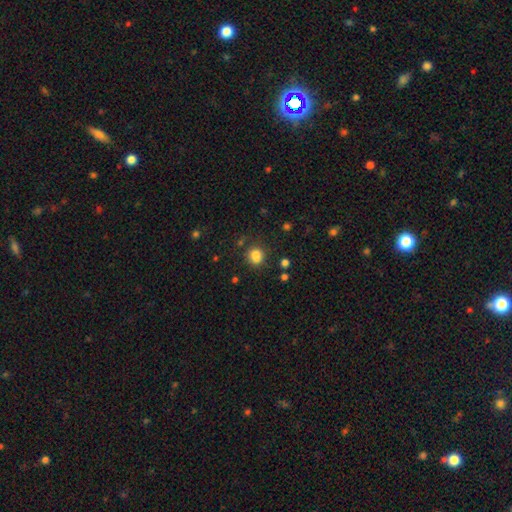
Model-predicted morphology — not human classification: smooth-or-featured: smooth: 78% | star or artifact: 14% | featured or disk: 8%
  how-rounded: round: 73% | in between: 26% | cigar-shaped: 1%
  merging: none: 60% | merger: 19% | minor disturbance: 15% | major disturbance: 6%